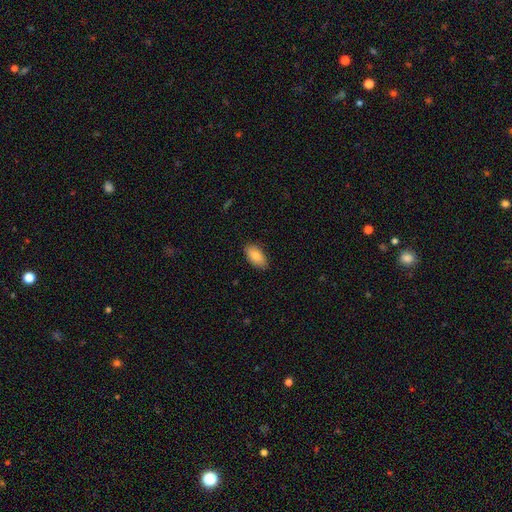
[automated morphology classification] Overall: smooth (85%). How rounded: in between (94%). Merging: none (86%).